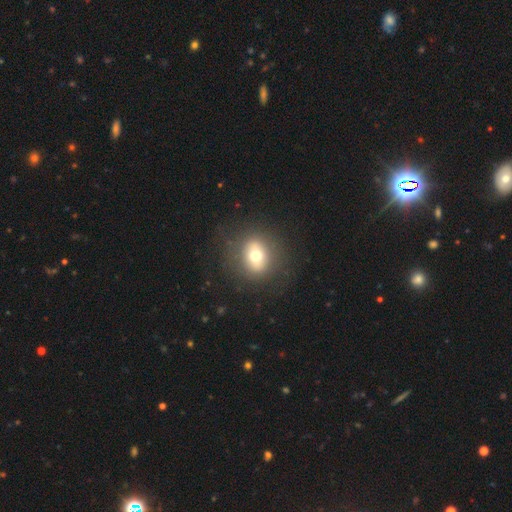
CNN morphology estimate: A smooth galaxy with no disk features (63%) that is round (71%). Merging: none (82%).